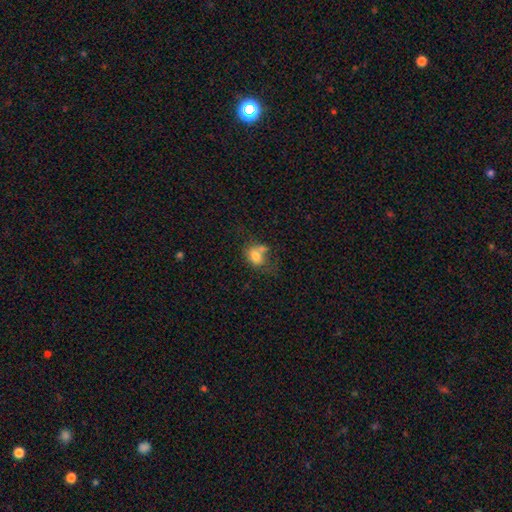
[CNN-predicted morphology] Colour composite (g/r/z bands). It shows a smooth galaxy with no disk features (74%) that is in between round and cigar-shaped (59%). Merging: merger (34%).